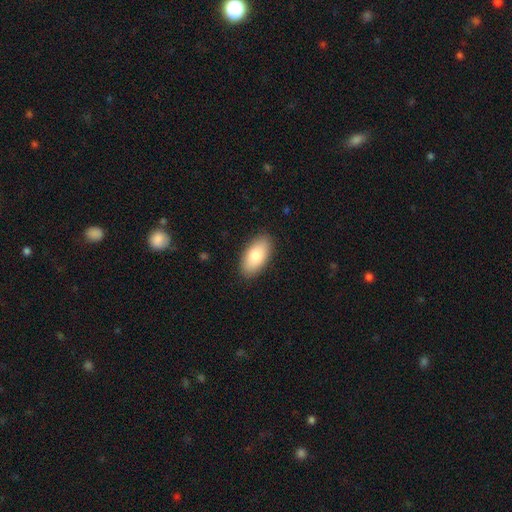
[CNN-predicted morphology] The model was most divided on "smooth or featured": smooth: 80%, featured or disk: 14%, star or artifact: 6%. More confident: how rounded — in between (94%); merging — none (89%).